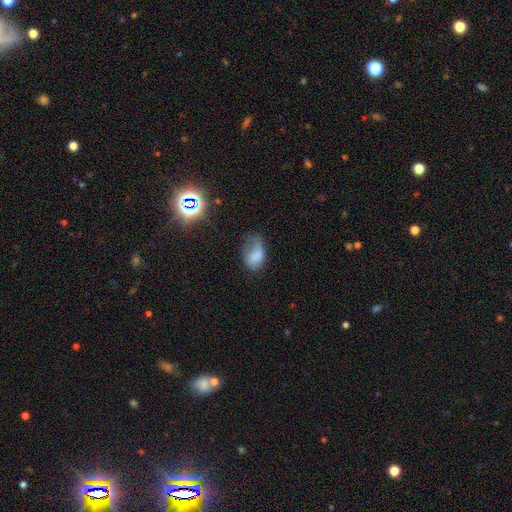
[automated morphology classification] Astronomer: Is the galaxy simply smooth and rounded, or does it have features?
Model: smooth — 69%.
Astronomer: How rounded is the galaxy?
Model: in between — 87%.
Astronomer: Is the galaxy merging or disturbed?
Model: major disturbance — 44% (runner-up: minor disturbance, 30%).